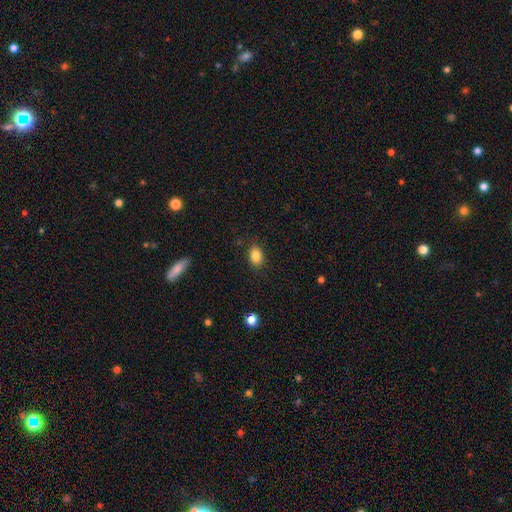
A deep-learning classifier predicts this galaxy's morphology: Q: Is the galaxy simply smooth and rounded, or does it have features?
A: smooth — 86%.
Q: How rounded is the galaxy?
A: in between — 81%.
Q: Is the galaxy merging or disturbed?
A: none — 86%.